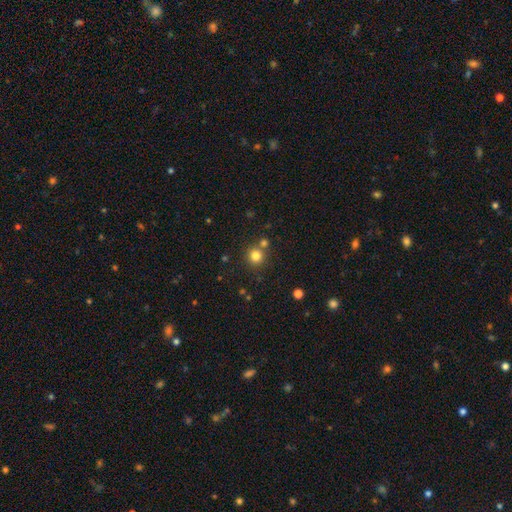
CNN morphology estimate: A smooth galaxy with no disk features (79%) that is round (93%). Merging: none (75%).